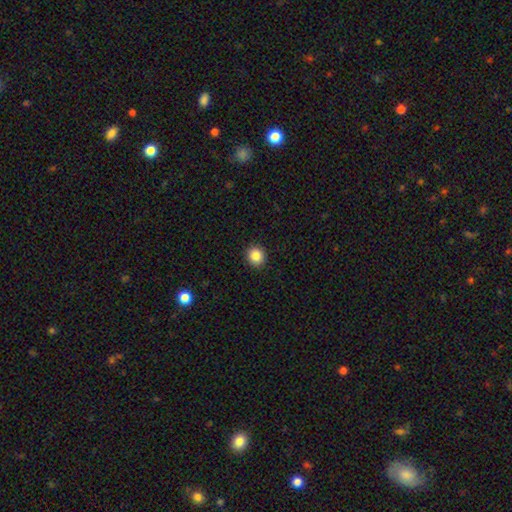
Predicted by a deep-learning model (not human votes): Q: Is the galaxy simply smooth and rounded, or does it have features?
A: smooth — 86%.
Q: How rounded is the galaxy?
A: round — 87%.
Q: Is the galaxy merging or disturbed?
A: none — 92%.